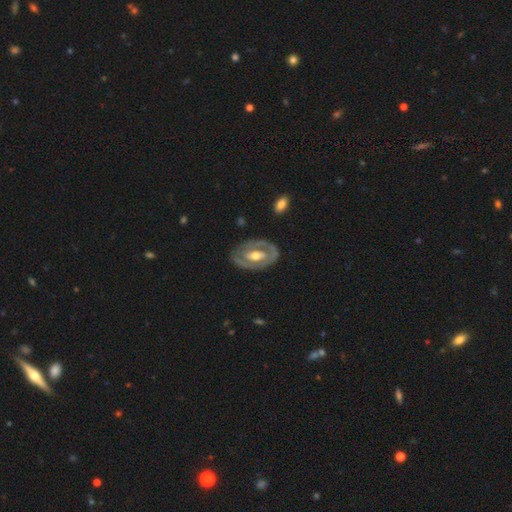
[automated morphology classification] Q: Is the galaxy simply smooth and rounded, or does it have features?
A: featured or disk — 74%.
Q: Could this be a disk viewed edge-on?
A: no — 94%.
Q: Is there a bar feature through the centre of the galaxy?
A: no — 46%.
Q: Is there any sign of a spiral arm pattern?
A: no — 53%.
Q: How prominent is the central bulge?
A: moderate — 70%.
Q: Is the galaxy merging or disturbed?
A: none — 77%.